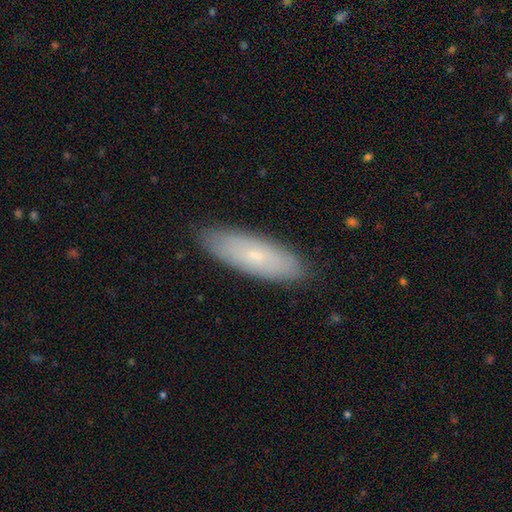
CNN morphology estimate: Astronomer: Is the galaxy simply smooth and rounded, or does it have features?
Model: smooth — 58% (runner-up: featured or disk, 35%).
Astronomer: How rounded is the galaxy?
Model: in between — 55% (runner-up: cigar-shaped, 42%).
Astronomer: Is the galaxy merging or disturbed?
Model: none — 88%.